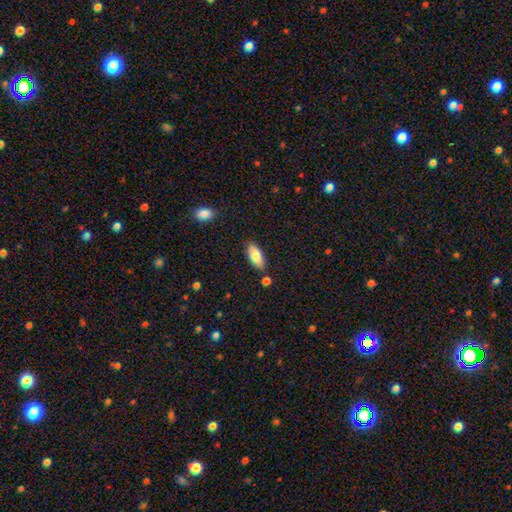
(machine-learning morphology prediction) Smooth or featured?
  - smooth: 81% *
  - featured or disk: 12%
  - star or artifact: 7%
How rounded?
  - in between: 80% *
  - cigar-shaped: 18%
  - round: 2%
Merging?
  - none: 79% *
  - minor disturbance: 13%
  - merger: 6%
  - major disturbance: 3%